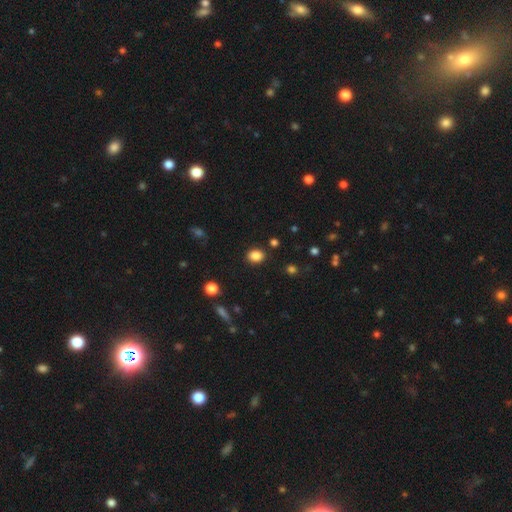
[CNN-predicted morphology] Smooth or featured?
  - smooth: 85% *
  - star or artifact: 11%
  - featured or disk: 4%
How rounded?
  - in between: 54% *
  - round: 45%
  - cigar-shaped: 1%
Merging?
  - none: 87% *
  - minor disturbance: 8%
  - major disturbance: 3%
  - merger: 2%